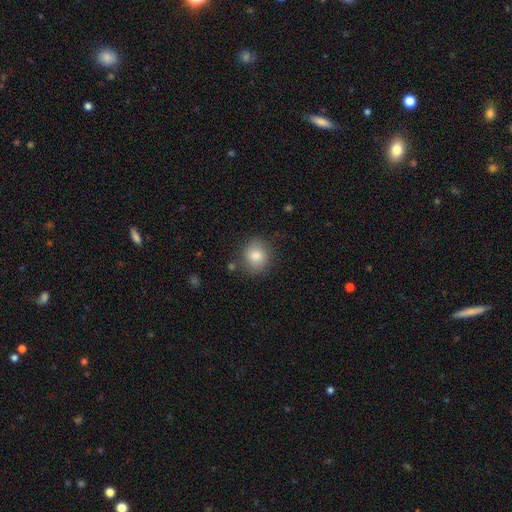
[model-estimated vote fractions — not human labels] smooth-or-featured: smooth: 83% | star or artifact: 9% | featured or disk: 8%
  how-rounded: round: 74% | in between: 25% | cigar-shaped: 1%
  merging: none: 84% | minor disturbance: 11% | major disturbance: 3% | merger: 2%